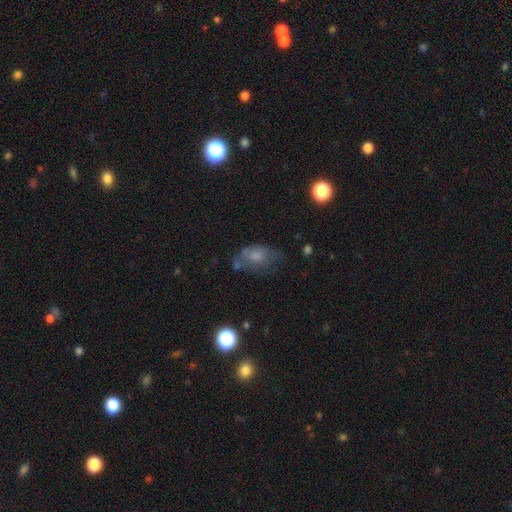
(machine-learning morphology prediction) Q: Smooth or featured?
A: smooth (55%); runner-up: featured or disk (32%)
Q: How rounded?
A: in between (86%); runner-up: round (11%)
Q: Merging?
A: none (42%); runner-up: minor disturbance (30%)